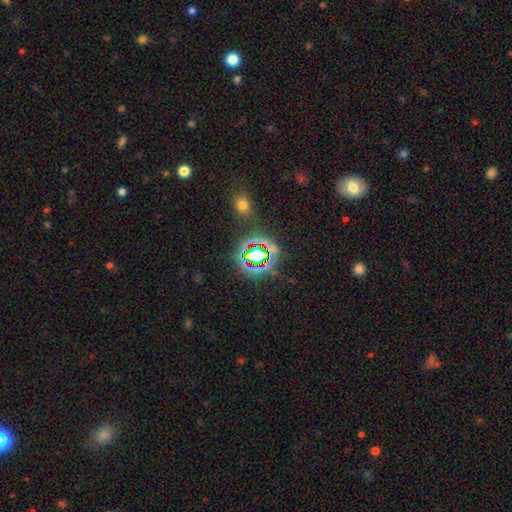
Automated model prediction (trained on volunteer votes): Smooth or featured: star or artifact — 71% (smooth — 19%)